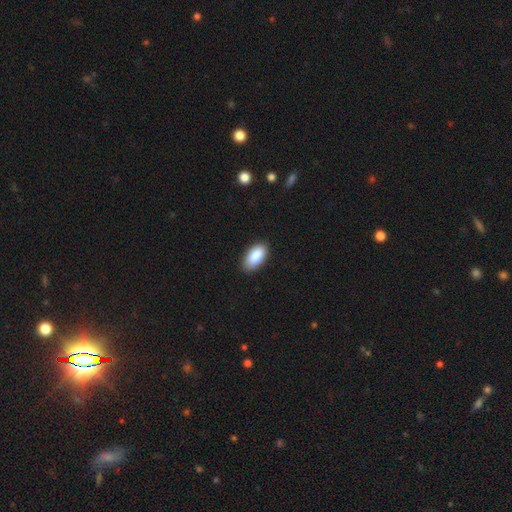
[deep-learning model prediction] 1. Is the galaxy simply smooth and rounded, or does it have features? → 89% smooth, 6% star or artifact, 4% featured or disk.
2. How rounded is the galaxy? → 94% in between, 3% cigar-shaped, 2% round.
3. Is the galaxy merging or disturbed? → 87% none, 10% minor disturbance, 2% major disturbance, 1% merger.